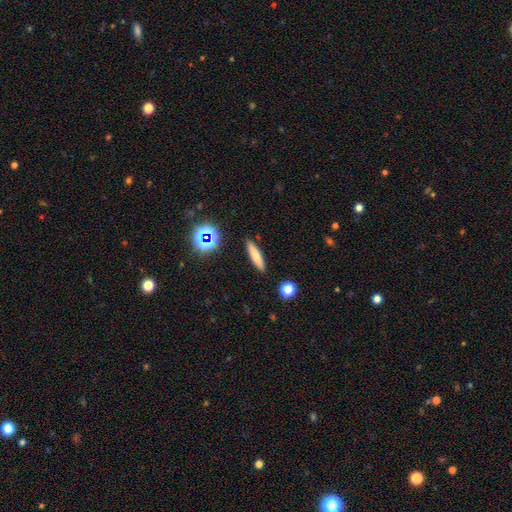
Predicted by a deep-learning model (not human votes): Smooth or featured? smooth (72%)
How rounded? cigar-shaped (83%)
Merging? none (89%)